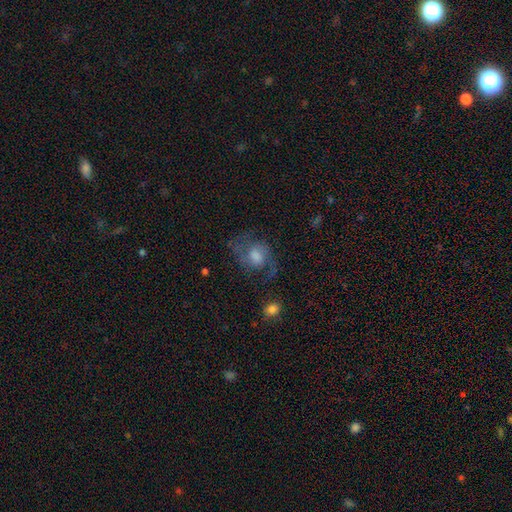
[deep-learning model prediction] featured or disk 61%, smooth 27%, star or artifact 12%. Down the decision tree: edge-on disk — no (97%); bar — no (63%); spiral arms — yes (84%); bulge size — moderate (39%); merging — none (57%).